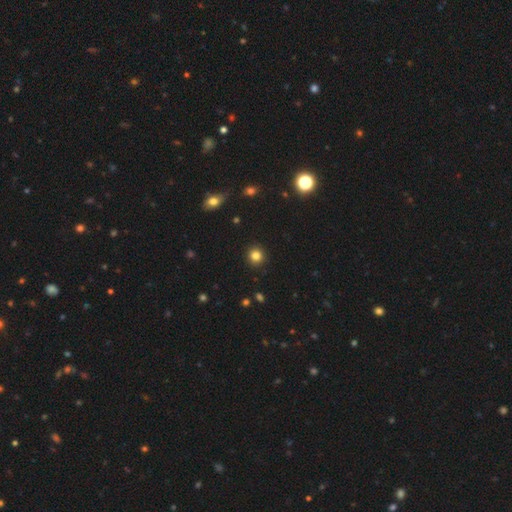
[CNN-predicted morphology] Q: Smooth or featured?
A: smooth (83%); runner-up: star or artifact (12%)
Q: How rounded?
A: round (92%); runner-up: in between (7%)
Q: Merging?
A: none (92%); runner-up: minor disturbance (5%)